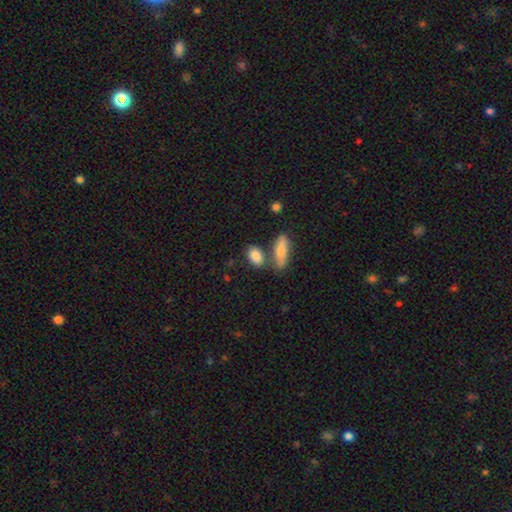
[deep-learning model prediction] Overall: smooth (85%). How rounded: in between (82%). Merging: none (63%).